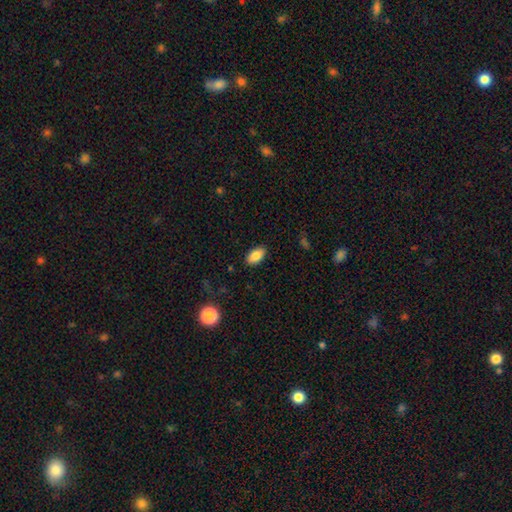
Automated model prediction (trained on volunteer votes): smooth 84%, star or artifact 8%, featured or disk 8%. Down the decision tree: how rounded — in between (93%); merging — none (88%).